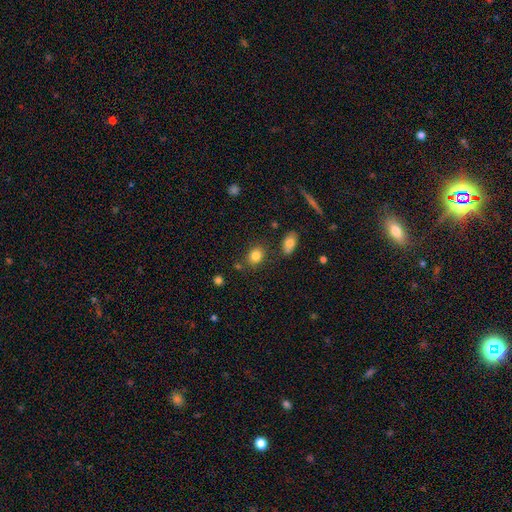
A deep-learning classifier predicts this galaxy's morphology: Smooth or featured? Predicted: smooth (p=0.83). How rounded? Predicted: in between (p=0.49, tied with round). Merging? Predicted: none (p=0.76).